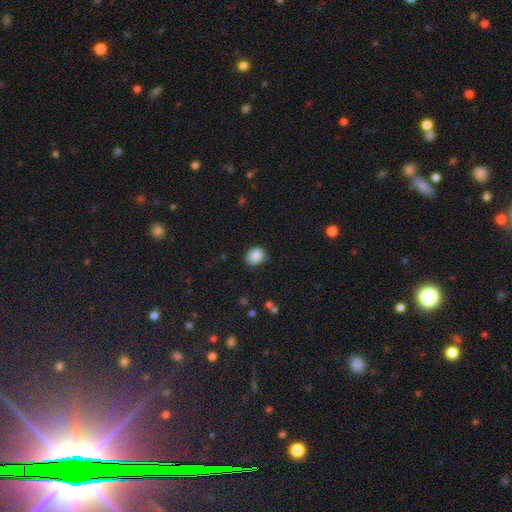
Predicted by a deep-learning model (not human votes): The model was most divided on "how rounded": round: 60%, in between: 39%, cigar-shaped: 1%. More confident: smooth or featured — smooth (87%); merging — none (78%).